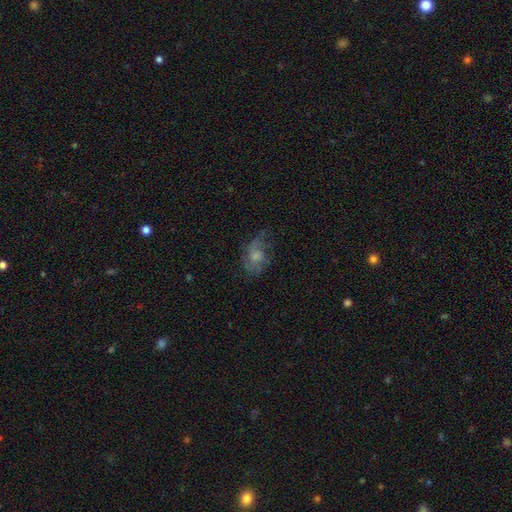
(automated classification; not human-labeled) This is possibly a featured or disk galaxy (48%). Merging: marginally none (44%).